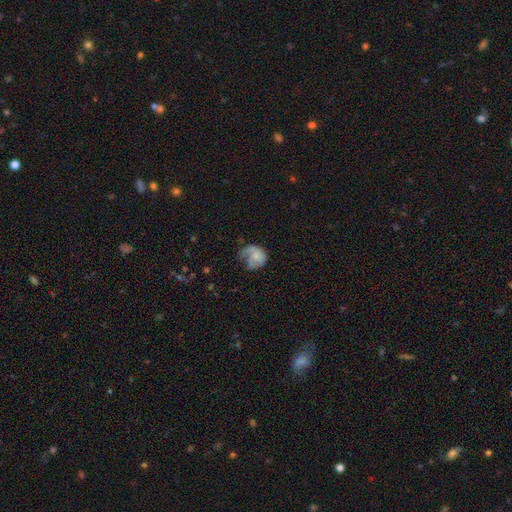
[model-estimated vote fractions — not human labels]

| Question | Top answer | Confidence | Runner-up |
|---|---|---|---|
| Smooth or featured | smooth | 53% | featured or disk (39%) |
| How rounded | round | 61% | in between (38%) |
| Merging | major disturbance | 42% | none (28%) |